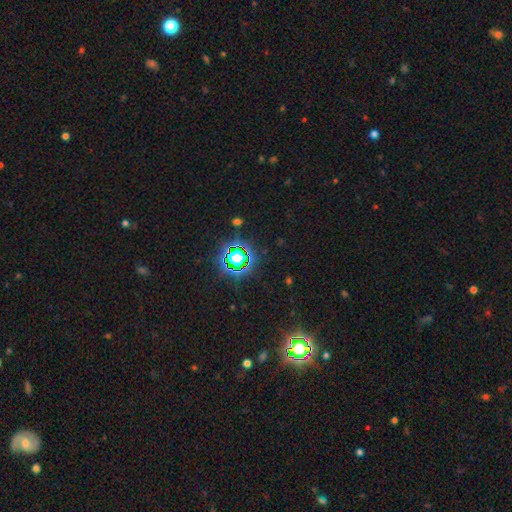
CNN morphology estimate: Q: Smooth or featured?
A: star or artifact (83%); runner-up: smooth (11%)